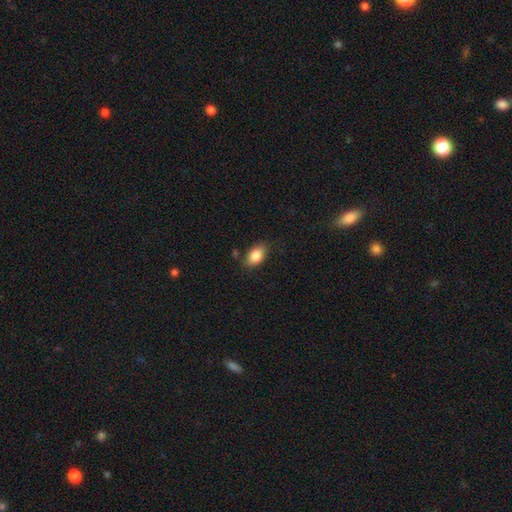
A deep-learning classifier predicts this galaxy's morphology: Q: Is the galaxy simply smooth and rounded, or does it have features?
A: smooth — 85%.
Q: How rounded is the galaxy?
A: in between — 89%.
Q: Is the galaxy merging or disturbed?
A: none — 77%.